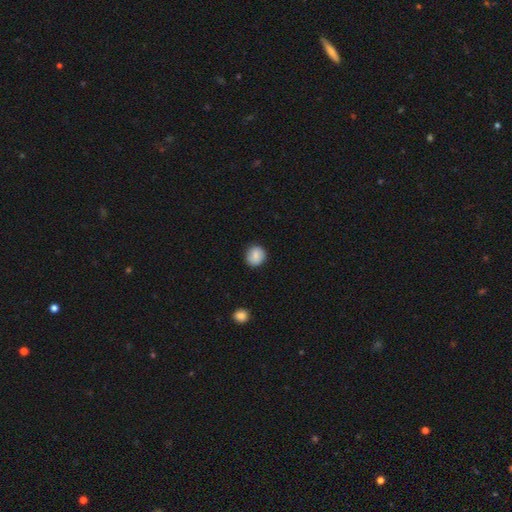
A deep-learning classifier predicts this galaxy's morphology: Overall: smooth (82%). How rounded: round (87%). Merging: none (88%).